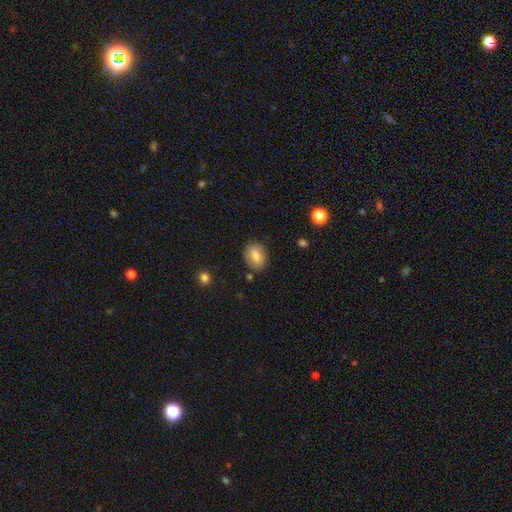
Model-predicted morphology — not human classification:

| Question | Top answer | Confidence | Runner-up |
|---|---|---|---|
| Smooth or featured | smooth | 81% | featured or disk (11%) |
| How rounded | in between | 75% | round (23%) |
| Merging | none | 82% | minor disturbance (13%) |